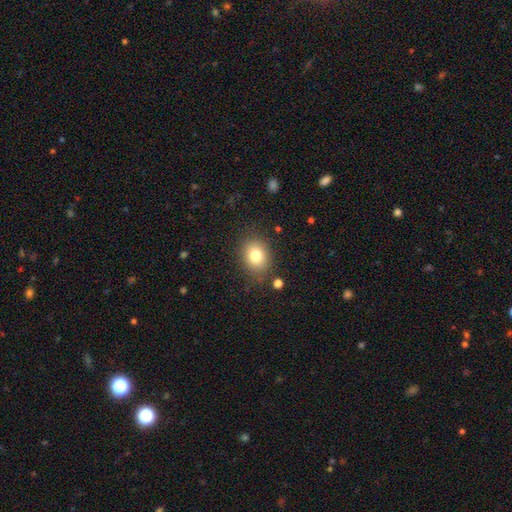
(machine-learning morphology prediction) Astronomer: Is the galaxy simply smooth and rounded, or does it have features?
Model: smooth — 80%.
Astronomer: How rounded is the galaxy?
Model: in between — 51% (runner-up: round, 48%).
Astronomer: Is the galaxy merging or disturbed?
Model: none — 81%.